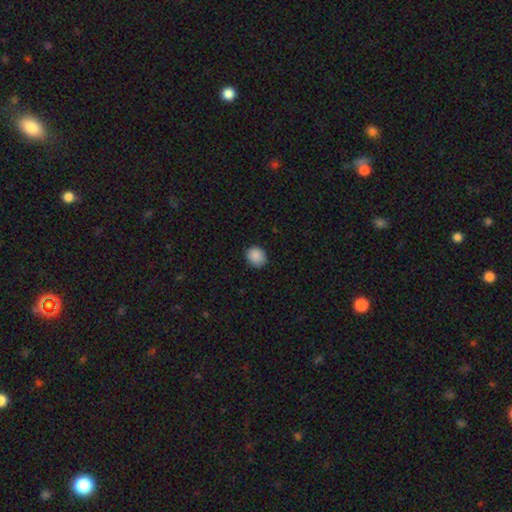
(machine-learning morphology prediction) The model was most divided on "how rounded": round: 67%, in between: 32%, cigar-shaped: 1%. More confident: smooth or featured — smooth (89%); merging — none (86%).